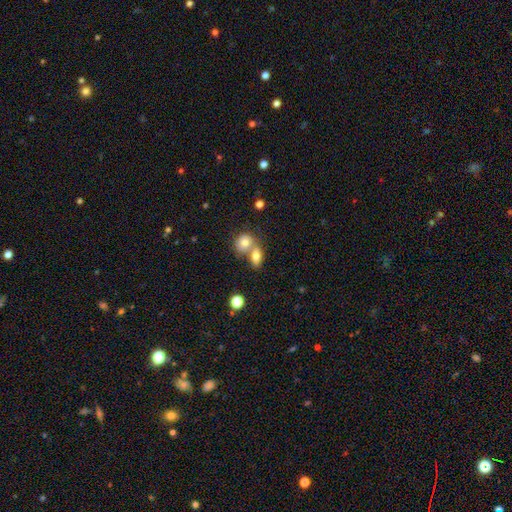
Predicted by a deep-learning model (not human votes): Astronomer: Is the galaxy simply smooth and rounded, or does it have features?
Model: smooth — 78%.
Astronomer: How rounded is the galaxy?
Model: in between — 77%.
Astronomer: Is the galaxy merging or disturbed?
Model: merger — 57% (runner-up: none, 32%).